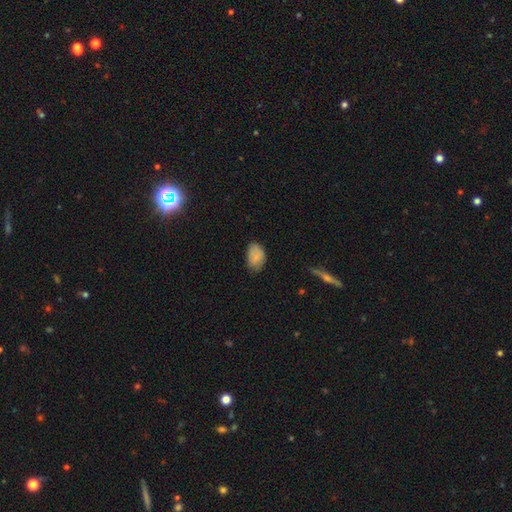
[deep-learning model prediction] The model was most divided on "merging": none: 58%, minor disturbance: 34%, major disturbance: 7%, merger: 1%. More confident: how rounded — in between (87%); smooth or featured — smooth (82%).